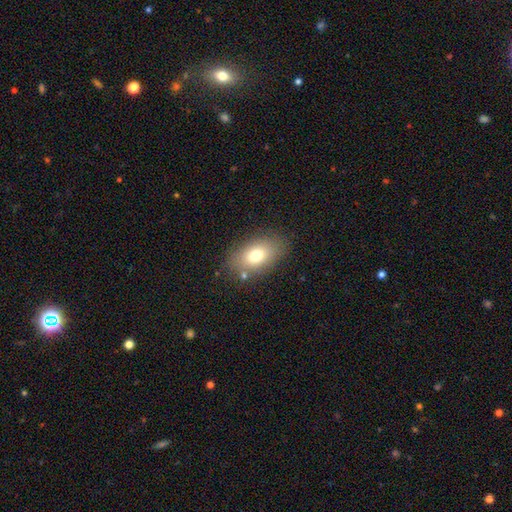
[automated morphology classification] Smooth or featured: smooth — 75% (featured or disk — 15%)
How rounded: in between — 87% (round — 11%)
Merging: none — 80% (minor disturbance — 12%)